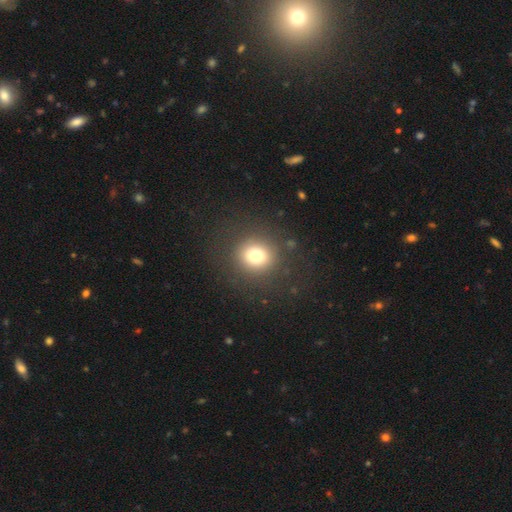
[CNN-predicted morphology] The model was most divided on "smooth or featured": smooth: 76%, star or artifact: 15%, featured or disk: 10%. More confident: merging — none (86%); how rounded — round (86%).